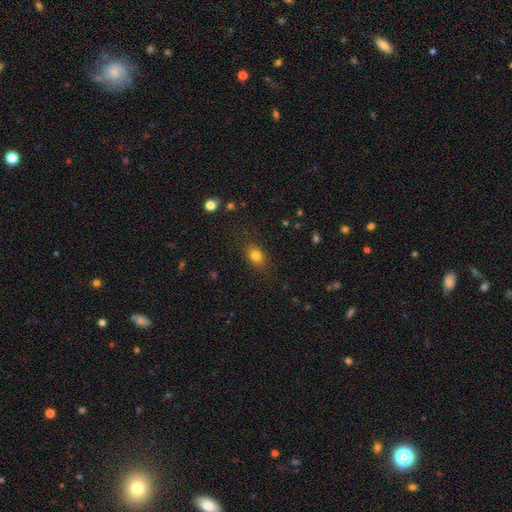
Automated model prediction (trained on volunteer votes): Smooth or featured? Predicted: smooth (p=0.80). How rounded? Predicted: in between (p=0.68). Merging? Predicted: none (p=0.81).